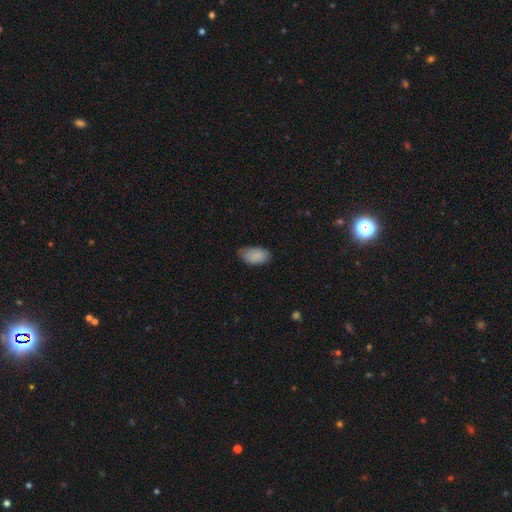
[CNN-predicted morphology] smooth_or_featured: smooth (p=0.86) [alt: star or artifact p=0.07]
how_rounded: in between (p=0.94) [alt: round p=0.04]
merging: none (p=0.64) [alt: minor disturbance p=0.30]